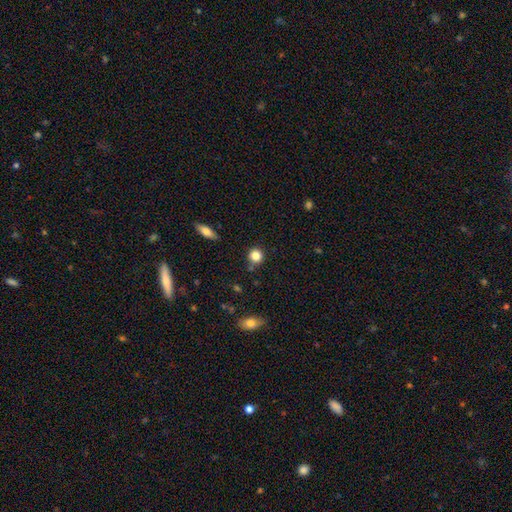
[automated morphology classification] Smooth or featured?
  - smooth: 83% *
  - star or artifact: 11%
  - featured or disk: 6%
How rounded?
  - round: 91% *
  - in between: 7%
  - cigar-shaped: 1%
Merging?
  - none: 85% *
  - minor disturbance: 8%
  - merger: 4%
  - major disturbance: 2%